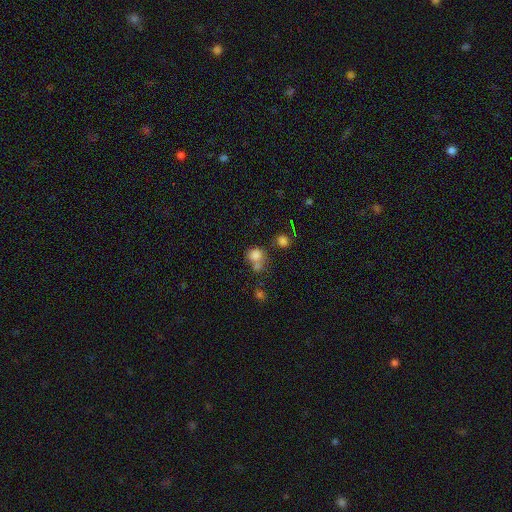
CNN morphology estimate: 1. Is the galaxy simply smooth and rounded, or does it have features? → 78% smooth, 14% star or artifact, 8% featured or disk.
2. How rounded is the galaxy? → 72% round, 27% in between, 1% cigar-shaped.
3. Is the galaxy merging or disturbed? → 44% none, 36% merger, 13% minor disturbance, 8% major disturbance.